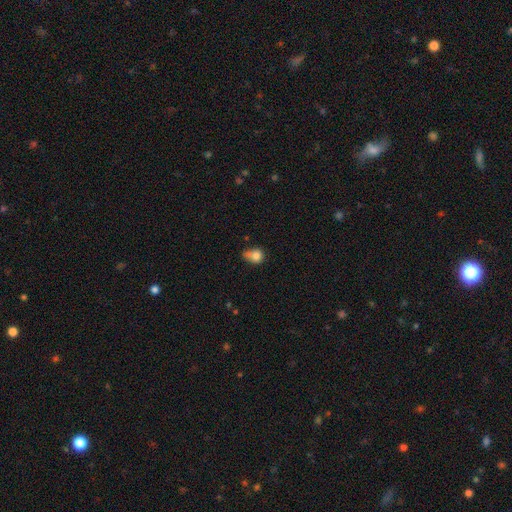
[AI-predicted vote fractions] Morphology: type=smooth (78%); roundness=in between (51%); merging=minor disturbance (41%).